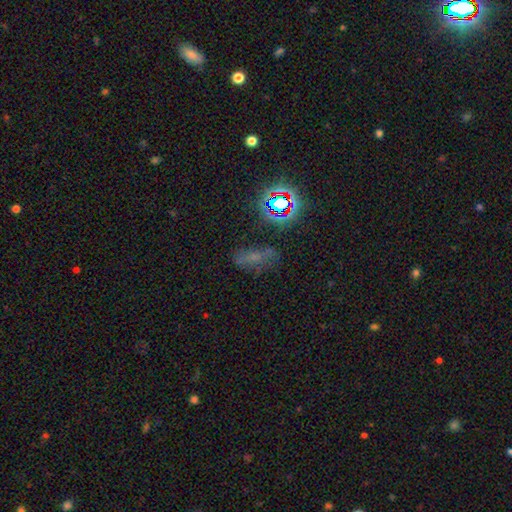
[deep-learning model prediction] The model was most divided on "smooth or featured": star or artifact: 51%, smooth: 27%, featured or disk: 22%.